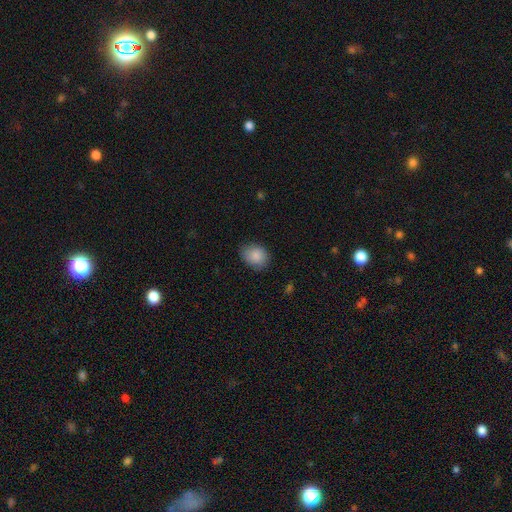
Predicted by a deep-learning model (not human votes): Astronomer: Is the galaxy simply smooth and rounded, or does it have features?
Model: smooth — 87%.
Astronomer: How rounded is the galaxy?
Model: in between — 53% (runner-up: round, 46%).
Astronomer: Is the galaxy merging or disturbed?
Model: none — 80%.